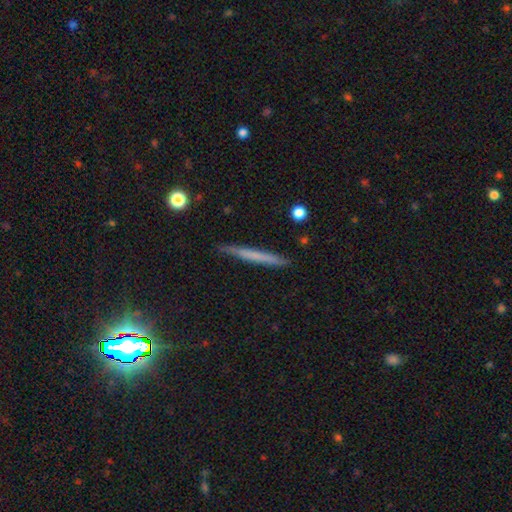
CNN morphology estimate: A smooth galaxy with no disk features (55%) that is cigar-shaped (96%).

Vote fractions:
- Smooth or featured? smooth: 55% / featured or disk: 38% / star or artifact: 8%
- How rounded? cigar-shaped: 96% / in between: 2% / round: 2%
- Merging? none: 88% / minor disturbance: 9% / major disturbance: 2% / merger: 1%